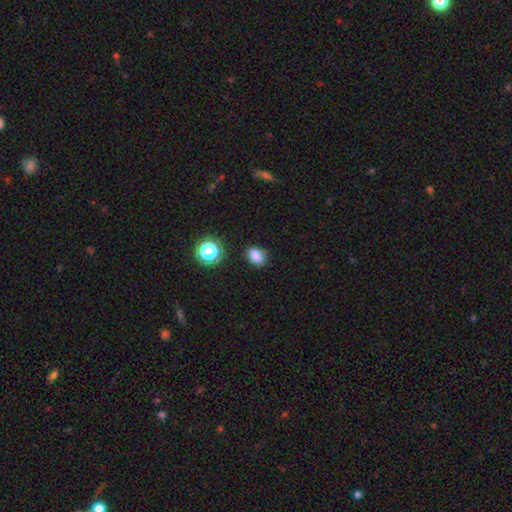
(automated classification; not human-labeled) Smooth or featured?
  - smooth: 81% *
  - star or artifact: 14%
  - featured or disk: 5%
How rounded?
  - in between: 72% *
  - round: 27%
  - cigar-shaped: 1%
Merging?
  - none: 76% *
  - minor disturbance: 17%
  - major disturbance: 4%
  - merger: 3%